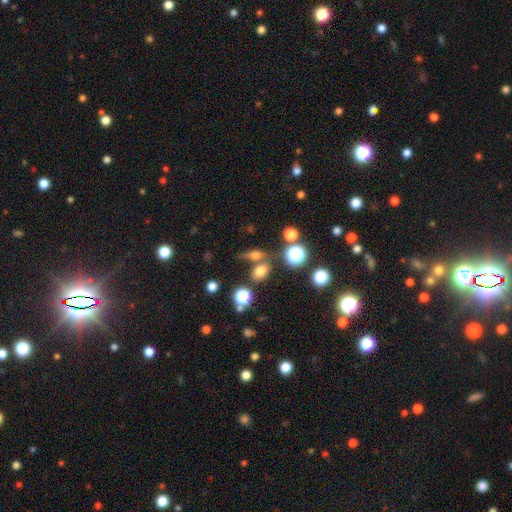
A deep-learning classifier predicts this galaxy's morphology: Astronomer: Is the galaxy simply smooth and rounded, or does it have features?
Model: smooth — 60%.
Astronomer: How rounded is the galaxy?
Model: in between — 58%.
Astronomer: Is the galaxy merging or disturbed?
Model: none — 56%.